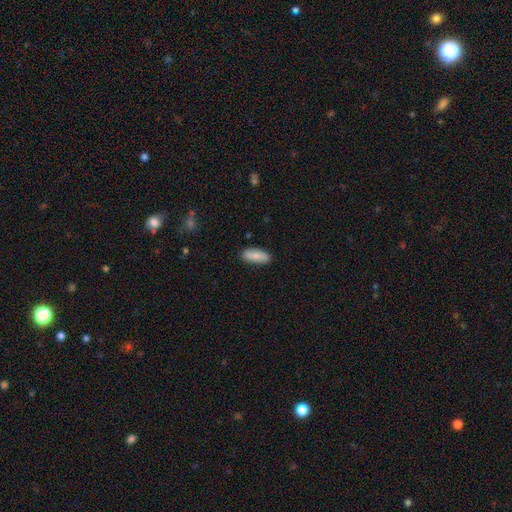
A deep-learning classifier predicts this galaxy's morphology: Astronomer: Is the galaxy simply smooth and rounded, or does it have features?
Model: smooth — 81%.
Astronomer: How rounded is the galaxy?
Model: in between — 80%.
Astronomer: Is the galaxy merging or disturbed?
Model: none — 85%.